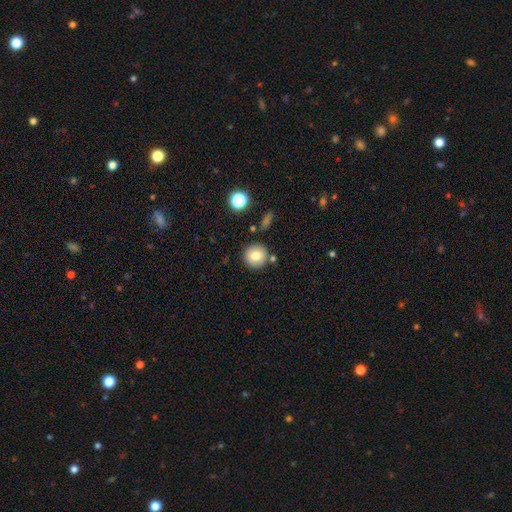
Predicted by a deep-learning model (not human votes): smooth 80%, featured or disk 11%, star or artifact 10%. Down the decision tree: how rounded — round (93%); merging — none (84%).